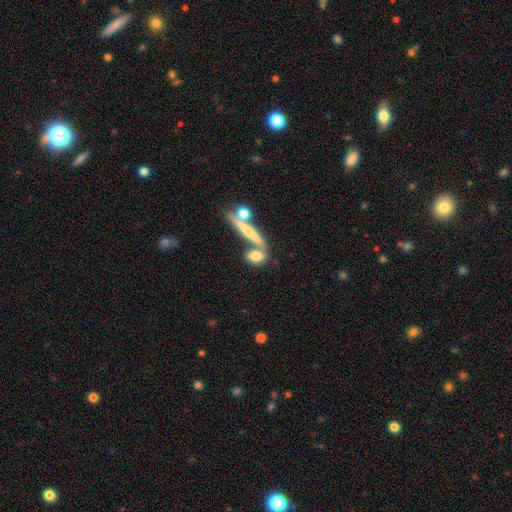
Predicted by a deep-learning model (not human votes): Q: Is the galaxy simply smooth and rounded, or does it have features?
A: smooth — 71%.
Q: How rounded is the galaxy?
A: in between — 49%.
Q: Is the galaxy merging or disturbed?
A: none — 45%.